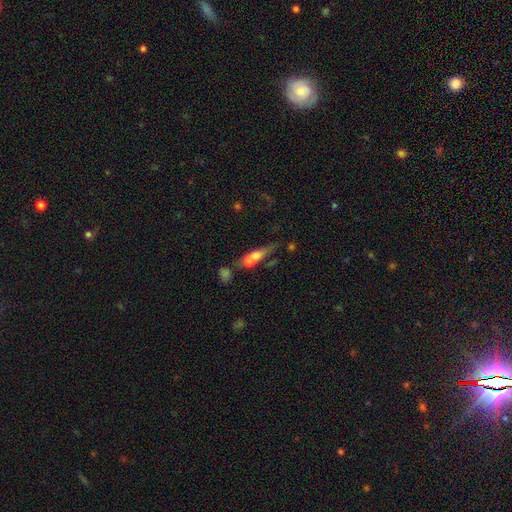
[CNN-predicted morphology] smooth_or_featured: smooth (p=0.54) [alt: featured or disk p=0.35]
how_rounded: cigar-shaped (p=0.48) [alt: in between p=0.38]
merging: merger (p=0.48) [alt: none p=0.31]